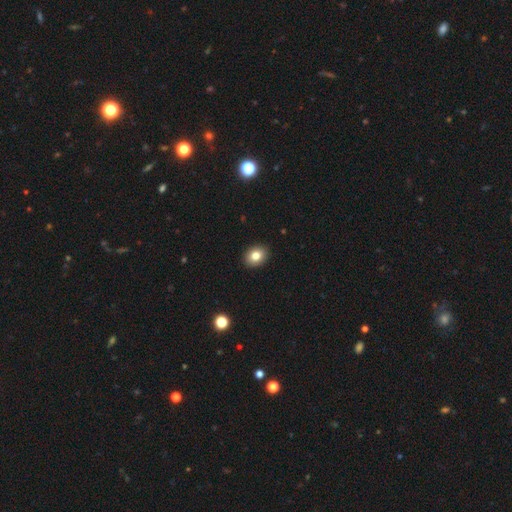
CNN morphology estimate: Smooth or featured? smooth (81%)
How rounded? in between (55%)
Merging? none (91%)